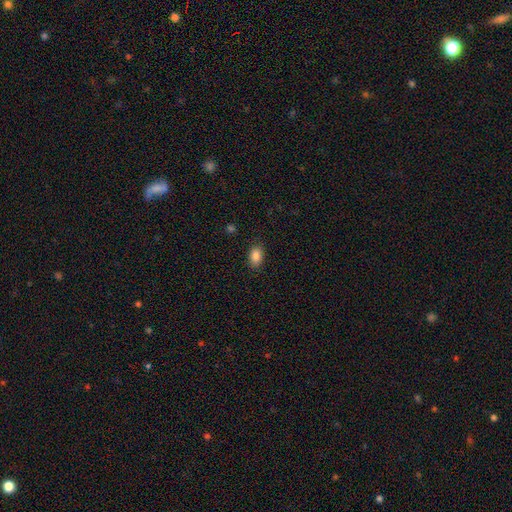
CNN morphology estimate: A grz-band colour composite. It shows a smooth galaxy with no disk features (87%) that is in between round and cigar-shaped (87%). Merging: none (86%).